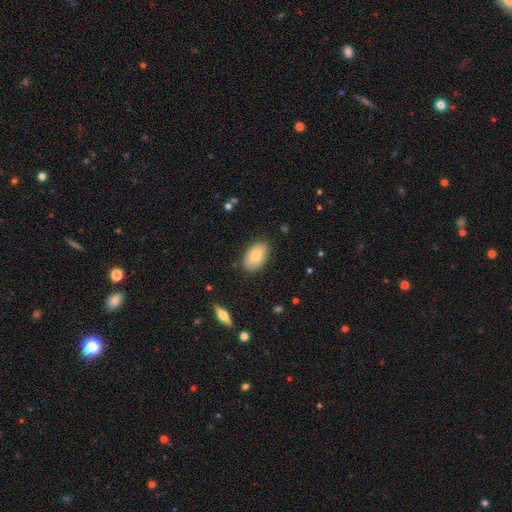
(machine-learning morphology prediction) smooth_or_featured: smooth (p=0.79) [alt: featured or disk p=0.14]
how_rounded: in between (p=0.92) [alt: round p=0.06]
merging: none (p=0.84) [alt: minor disturbance p=0.12]